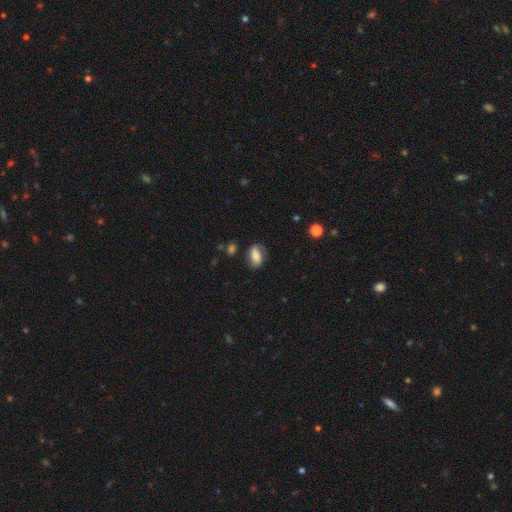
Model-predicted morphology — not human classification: The model was most divided on "smooth or featured": smooth: 58%, featured or disk: 34%, star or artifact: 9%. More confident: how rounded — in between (85%); merging — none (68%).